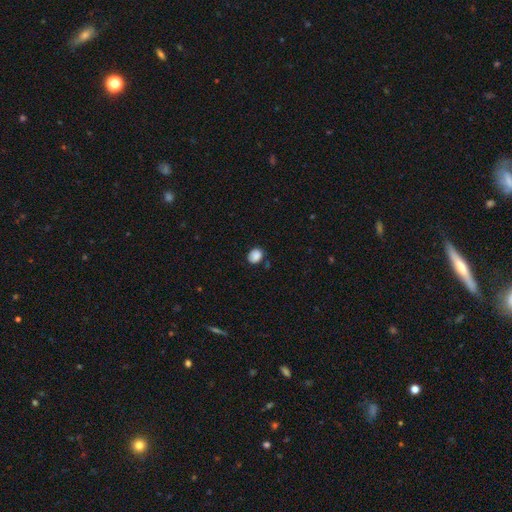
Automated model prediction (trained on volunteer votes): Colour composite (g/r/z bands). It shows a smooth galaxy with no disk features (86%) that is round (53%). Merging: none (79%).